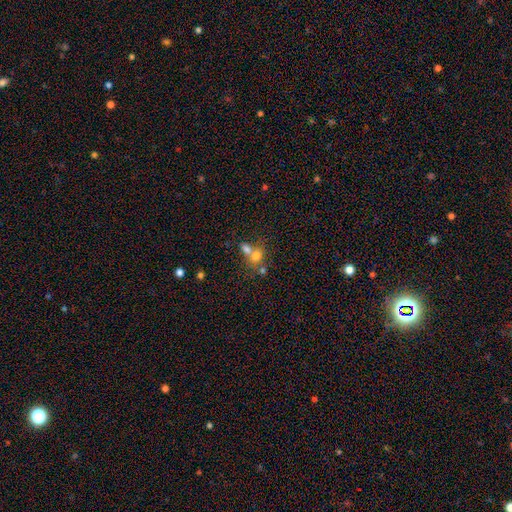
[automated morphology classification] This is likely a smooth galaxy (71%). How rounded: possibly round (50%). Merging: possibly merger (59%).